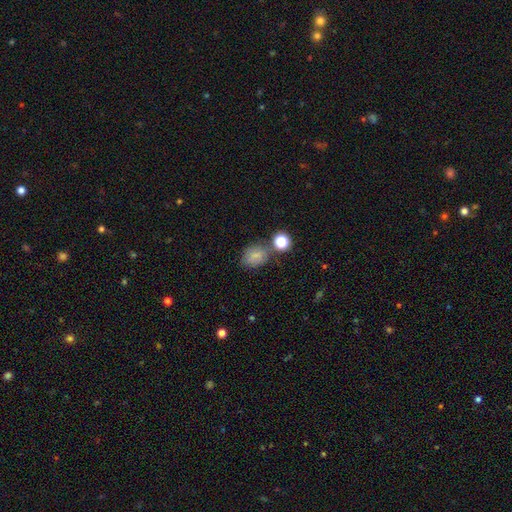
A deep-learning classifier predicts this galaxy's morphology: smooth_or_featured: smooth (p=0.76) [alt: star or artifact p=0.14]
how_rounded: in between (p=0.55) [alt: round p=0.44]
merging: none (p=0.62) [alt: minor disturbance p=0.18]